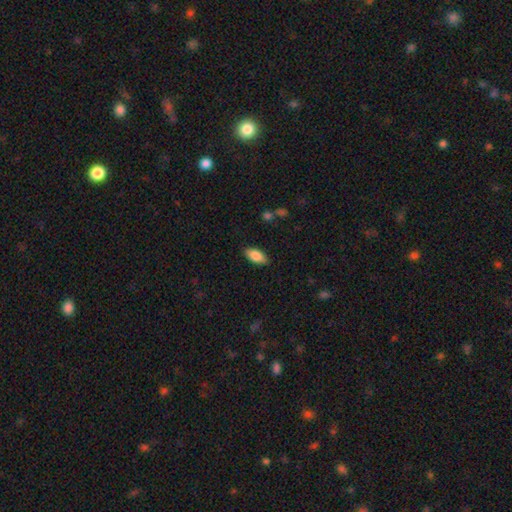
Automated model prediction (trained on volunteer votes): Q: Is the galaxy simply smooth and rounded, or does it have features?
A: smooth — 85%.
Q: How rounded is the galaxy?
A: in between — 90%.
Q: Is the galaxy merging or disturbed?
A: none — 87%.